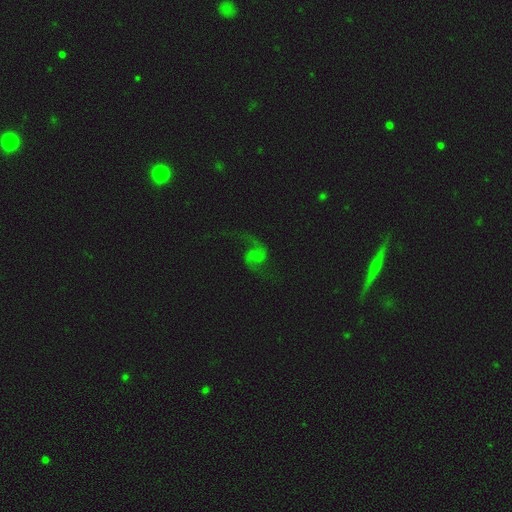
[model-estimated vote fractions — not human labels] Smooth or featured? Predicted: featured or disk (p=0.84). Edge-on disk? Predicted: no (p=0.98). Bar? Predicted: no (p=0.46). Spiral arms? Predicted: yes (p=0.97). Spiral winding? Predicted: loose (p=0.65). Spiral arm count? Predicted: 2 (p=0.94). Bulge size? Predicted: none (p=0.62). Merging? Predicted: none (p=0.75).